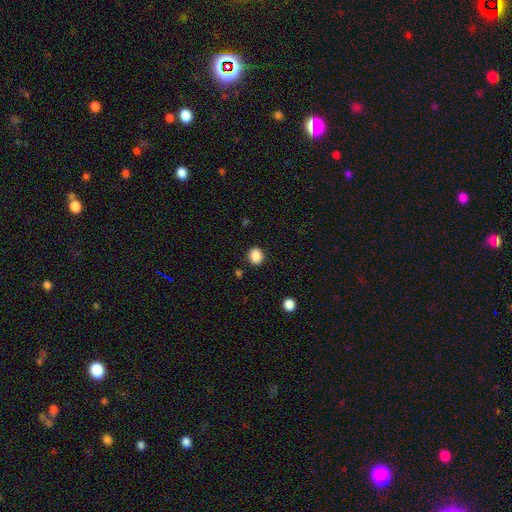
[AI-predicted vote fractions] This appears to be a smooth galaxy with no disk features (88%) that is round (68%). Merging: none (88%).